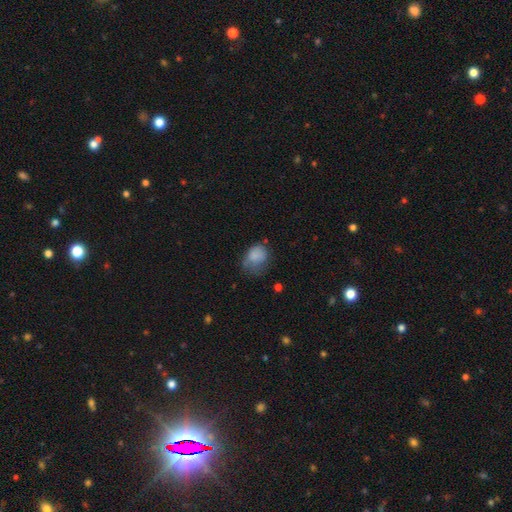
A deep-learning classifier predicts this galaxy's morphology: This appears to be a smooth galaxy with no disk features (78%) that is in between round and cigar-shaped (54%). Merging: none (36%, tied with minor disturbance).